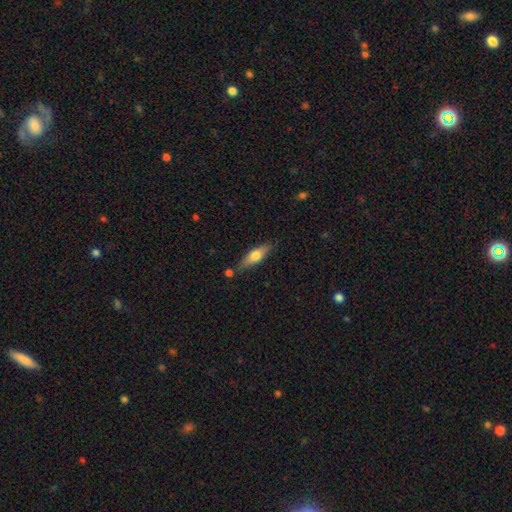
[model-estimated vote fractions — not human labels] smooth_or_featured: smooth (p=0.61) [alt: featured or disk p=0.33]
how_rounded: cigar-shaped (p=0.50) [alt: in between p=0.47]
merging: none (p=0.77) [alt: minor disturbance p=0.14]